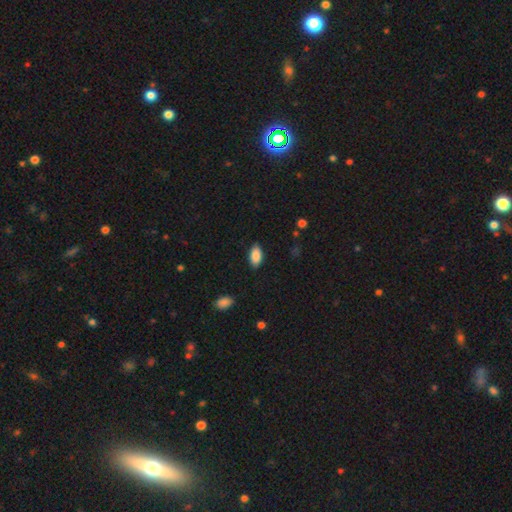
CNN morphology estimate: Smooth or featured: smooth — 89% (star or artifact — 7%)
How rounded: in between — 94% (cigar-shaped — 3%)
Merging: none — 85% (minor disturbance — 11%)